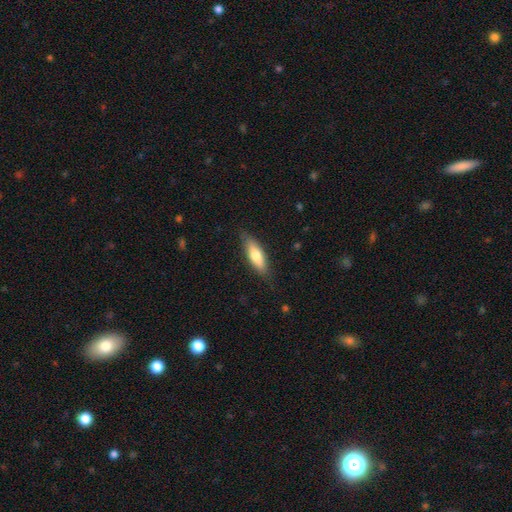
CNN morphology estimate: Smooth or featured: smooth — 70% (featured or disk — 24%)
How rounded: in between — 52% (cigar-shaped — 46%)
Merging: none — 81% (minor disturbance — 15%)